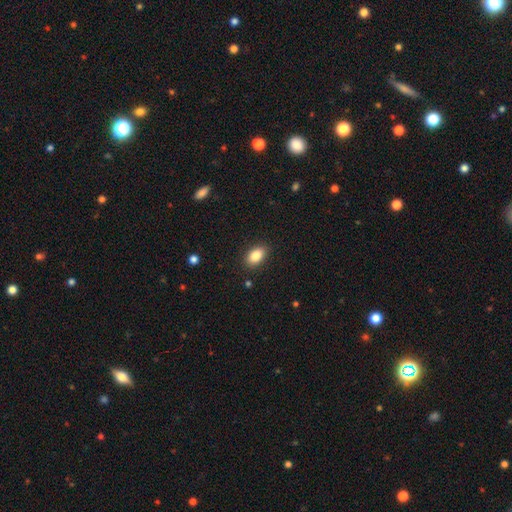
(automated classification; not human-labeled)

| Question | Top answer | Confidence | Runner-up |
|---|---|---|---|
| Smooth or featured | smooth | 85% | star or artifact (8%) |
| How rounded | in between | 89% | round (9%) |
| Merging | none | 87% | minor disturbance (9%) |